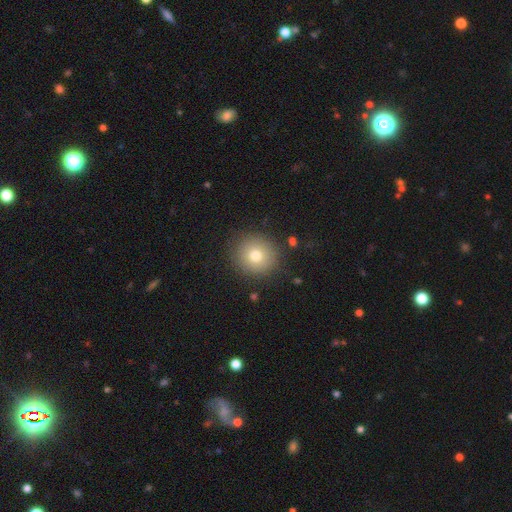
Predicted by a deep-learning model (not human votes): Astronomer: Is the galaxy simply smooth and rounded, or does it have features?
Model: smooth — 76%.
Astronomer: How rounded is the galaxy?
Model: round — 90%.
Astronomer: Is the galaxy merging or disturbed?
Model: none — 87%.